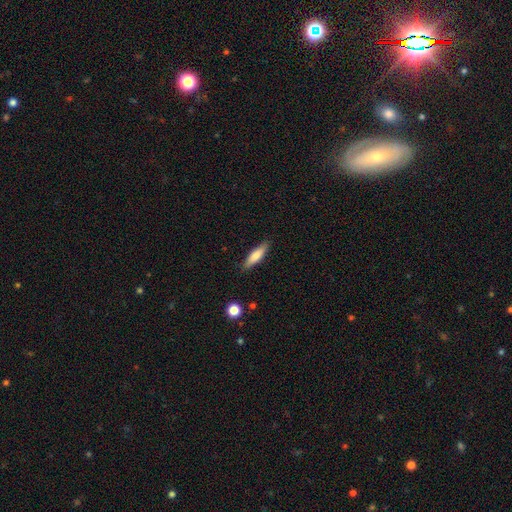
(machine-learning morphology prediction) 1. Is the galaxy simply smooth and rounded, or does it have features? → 71% smooth, 23% featured or disk, 6% star or artifact.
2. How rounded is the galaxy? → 70% cigar-shaped, 29% in between, 2% round.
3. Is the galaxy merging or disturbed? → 87% none, 10% minor disturbance, 2% major disturbance, 1% merger.